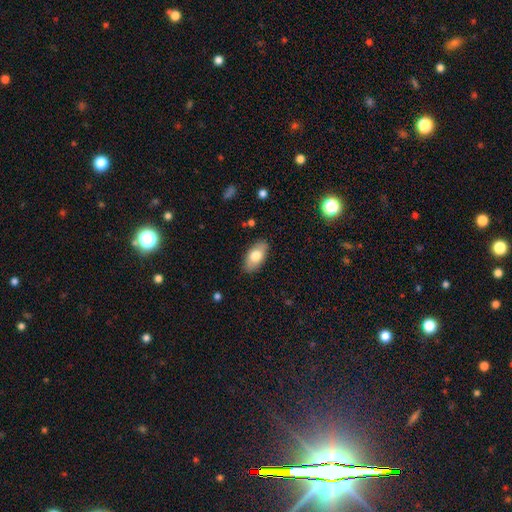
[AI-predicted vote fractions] A smooth galaxy with no disk features (74%) that is in between round and cigar-shaped (93%). Merging: none (86%).